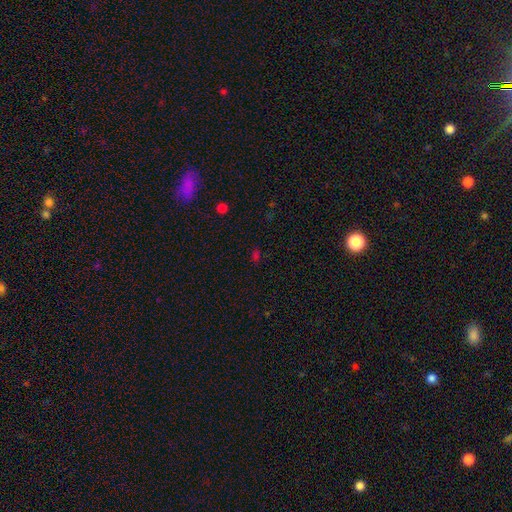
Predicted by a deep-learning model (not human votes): Smooth or featured?
  - smooth: 50% *
  - star or artifact: 43%
  - featured or disk: 7%
How rounded?
  - in between: 66% *
  - round: 30%
  - cigar-shaped: 3%
Merging?
  - none: 76% *
  - minor disturbance: 13%
  - major disturbance: 6%
  - merger: 5%